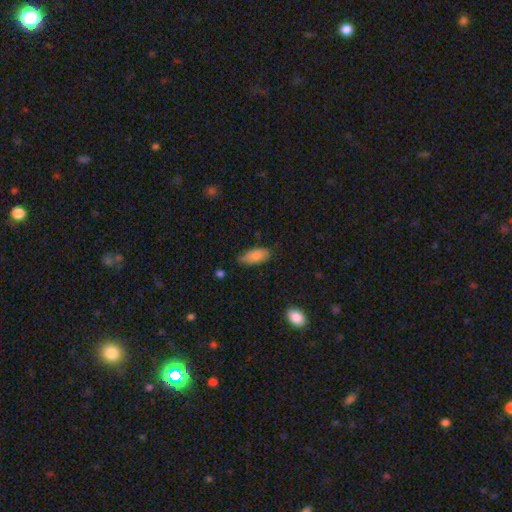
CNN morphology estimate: Smooth or featured? Predicted: smooth (p=0.84). How rounded? Predicted: in between (p=0.84). Merging? Predicted: none (p=0.67).